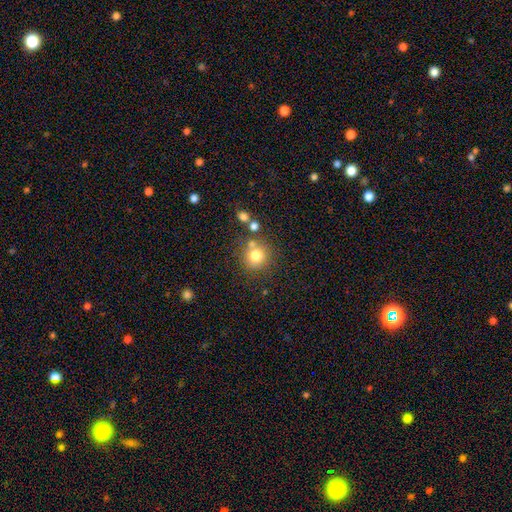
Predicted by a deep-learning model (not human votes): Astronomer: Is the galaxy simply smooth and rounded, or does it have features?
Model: smooth — 77%.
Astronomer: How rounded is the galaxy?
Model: round — 91%.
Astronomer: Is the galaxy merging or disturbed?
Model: none — 71%.